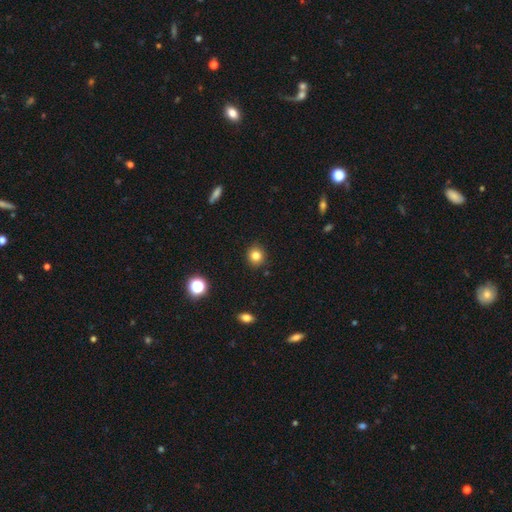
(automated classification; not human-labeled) smooth 82%, star or artifact 12%, featured or disk 6%. Down the decision tree: how rounded — round (87%); merging — none (90%).